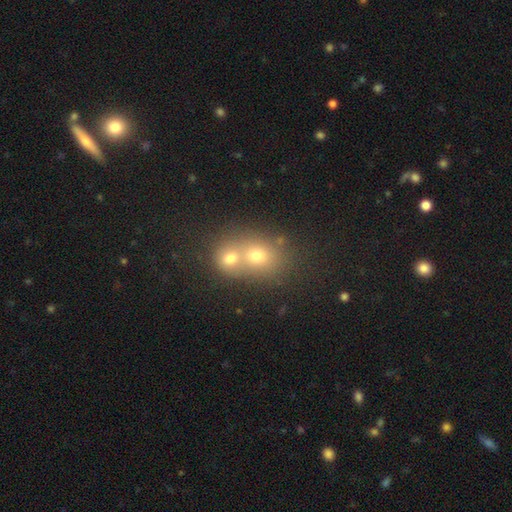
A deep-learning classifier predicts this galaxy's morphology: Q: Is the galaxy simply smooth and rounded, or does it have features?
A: smooth — 65%.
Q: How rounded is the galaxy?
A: round — 63%.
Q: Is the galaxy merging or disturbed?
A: merger — 65%.